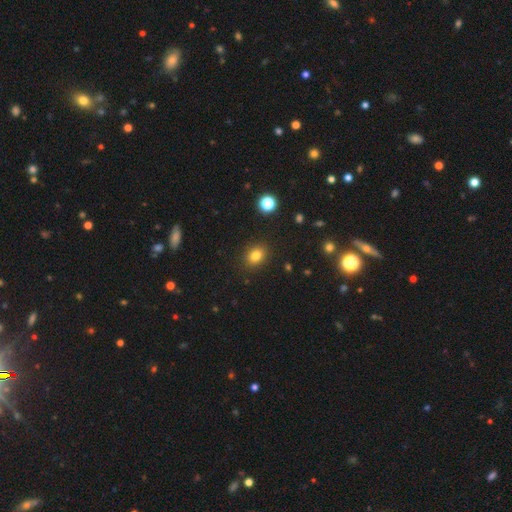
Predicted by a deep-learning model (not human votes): This is clearly a smooth galaxy (81%). How rounded: possibly in between (53%). Merging: clearly none (88%).